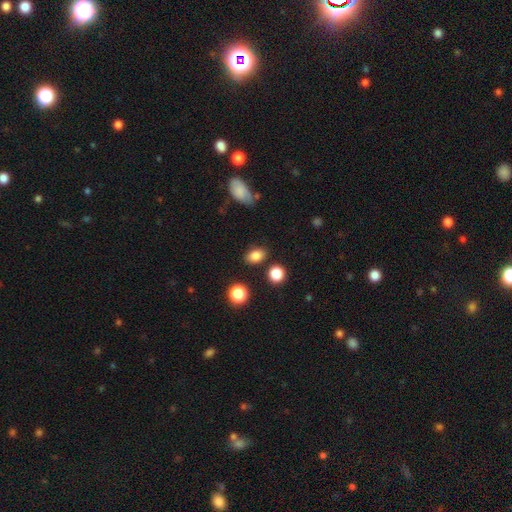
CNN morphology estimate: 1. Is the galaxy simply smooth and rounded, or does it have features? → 83% smooth, 11% star or artifact, 6% featured or disk.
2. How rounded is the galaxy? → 78% in between, 21% round, 2% cigar-shaped.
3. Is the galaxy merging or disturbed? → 82% none, 11% minor disturbance, 4% merger, 3% major disturbance.